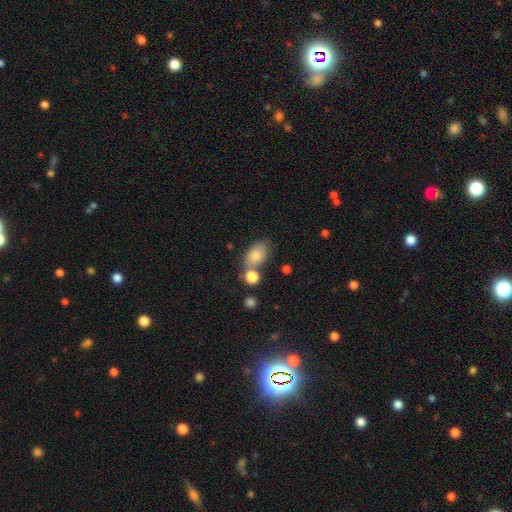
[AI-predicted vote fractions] Overall: smooth (80%). How rounded: in between (84%). Merging: none (54%; merger 22%).